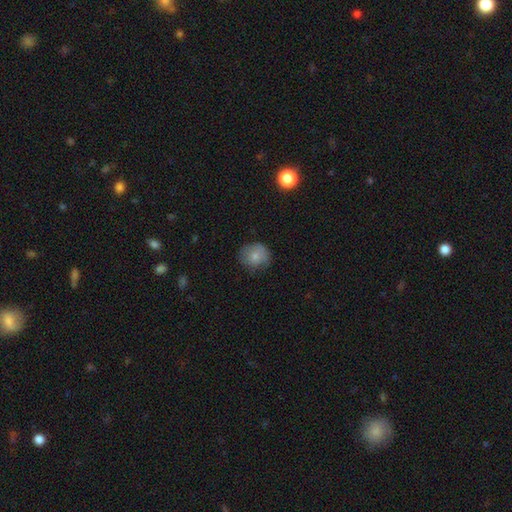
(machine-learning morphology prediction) smooth_or_featured: smooth (p=0.78) [alt: featured or disk p=0.14]
how_rounded: round (p=0.81) [alt: in between p=0.18]
merging: none (p=0.72) [alt: minor disturbance p=0.21]